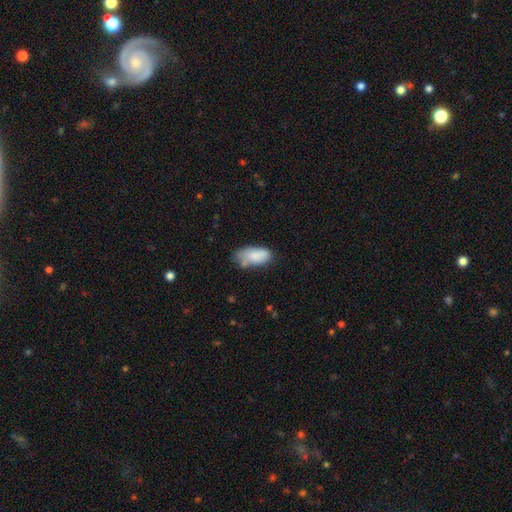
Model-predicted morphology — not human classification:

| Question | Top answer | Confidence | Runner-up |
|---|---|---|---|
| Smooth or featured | smooth | 80% | featured or disk (12%) |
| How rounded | in between | 93% | cigar-shaped (4%) |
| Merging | none | 49% | minor disturbance (32%) |